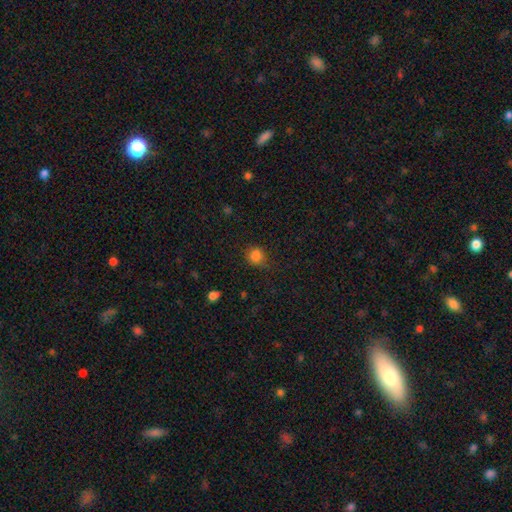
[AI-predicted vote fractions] smooth 83%, star or artifact 13%, featured or disk 4%. Down the decision tree: how rounded — round (83%); merging — none (71%).